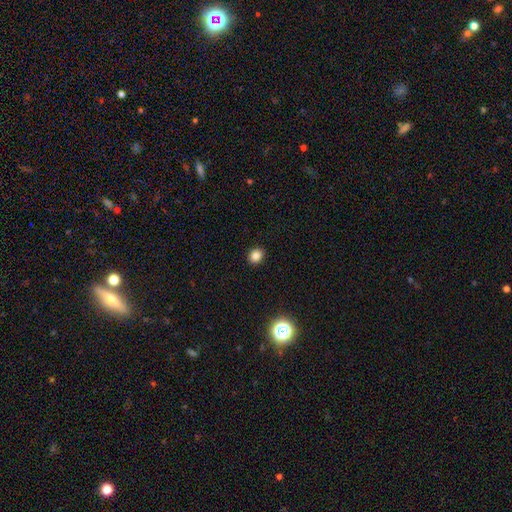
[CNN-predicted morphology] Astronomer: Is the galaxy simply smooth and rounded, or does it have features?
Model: smooth — 84%.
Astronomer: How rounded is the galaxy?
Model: round — 66%.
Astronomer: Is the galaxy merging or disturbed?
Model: none — 92%.